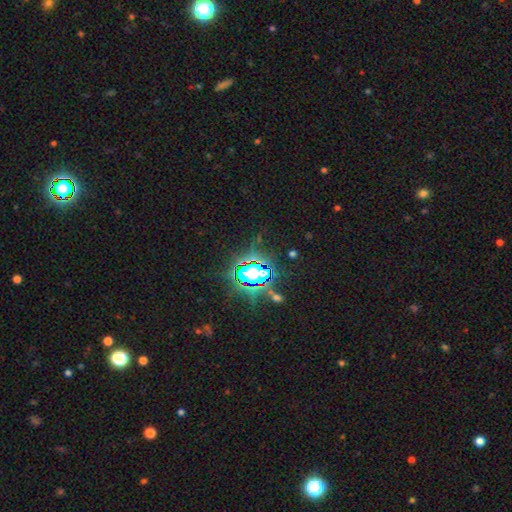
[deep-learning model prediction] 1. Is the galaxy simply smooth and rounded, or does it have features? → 84% star or artifact, 10% smooth, 6% featured or disk.